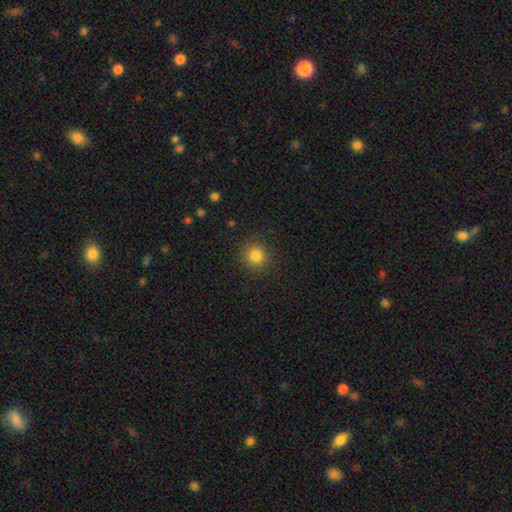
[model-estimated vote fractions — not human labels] smooth_or_featured: smooth (p=0.83) [alt: star or artifact p=0.12]
how_rounded: round (p=0.91) [alt: in between p=0.08]
merging: none (p=0.89) [alt: minor disturbance p=0.08]